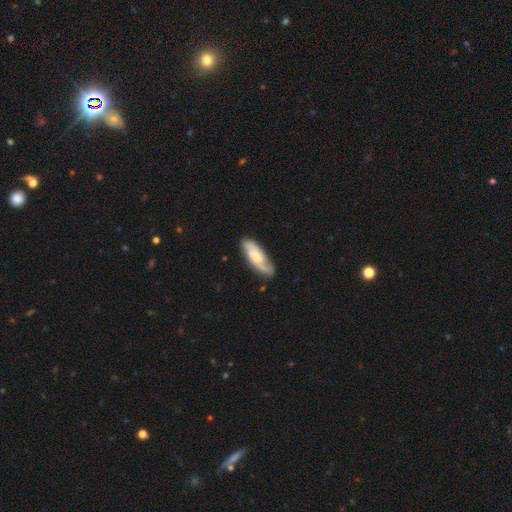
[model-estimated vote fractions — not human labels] A featured or disk galaxy (61%) with no bar (59%), spiral arms (91%) and a small central bulge (48%).

Vote fractions:
- Smooth or featured? featured or disk: 61% / smooth: 33% / star or artifact: 5%
- Edge-on disk? no: 87% / yes: 13%
- Bar? no: 59% / weak: 33% / strong: 8%
- Spiral arms? yes: 91% / no: 9%
- Bulge size? small: 48% / moderate: 35% / none: 9% / large: 6% / dominant: 1%
- Merging? none: 75% / minor disturbance: 18% / major disturbance: 5% / merger: 2%